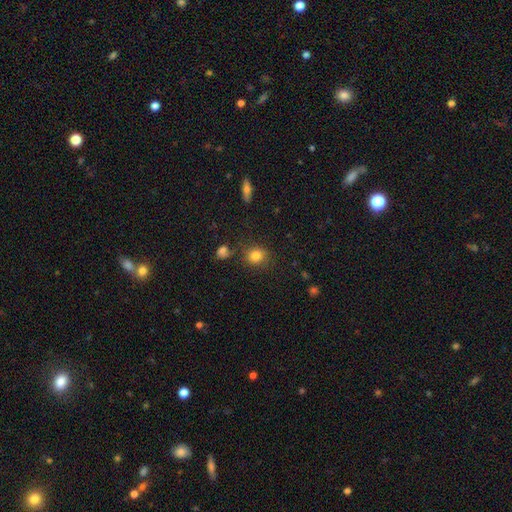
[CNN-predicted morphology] This is clearly a smooth galaxy (82%). How rounded: likely round (72%). Merging: clearly none (80%).